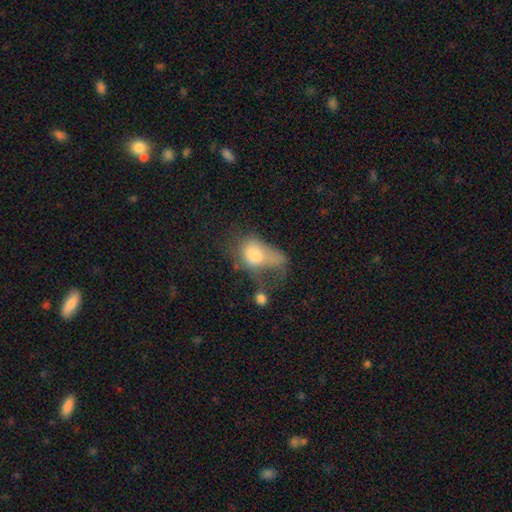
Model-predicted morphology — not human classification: Smooth or featured? Predicted: smooth (p=0.66). How rounded? Predicted: in between (p=0.74). Merging? Predicted: major disturbance (p=0.52).